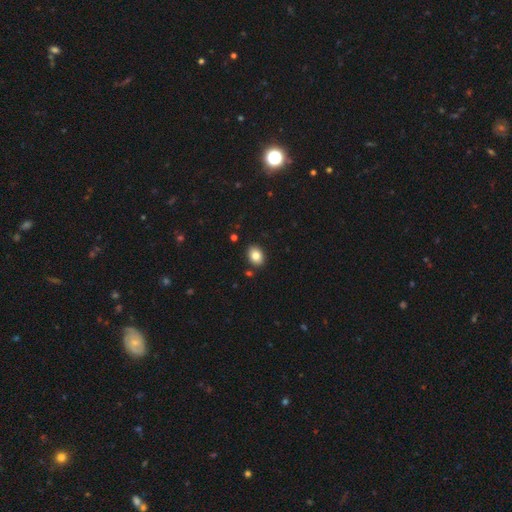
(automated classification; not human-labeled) Overall: smooth (84%). How rounded: in between (72%). Merging: none (88%).